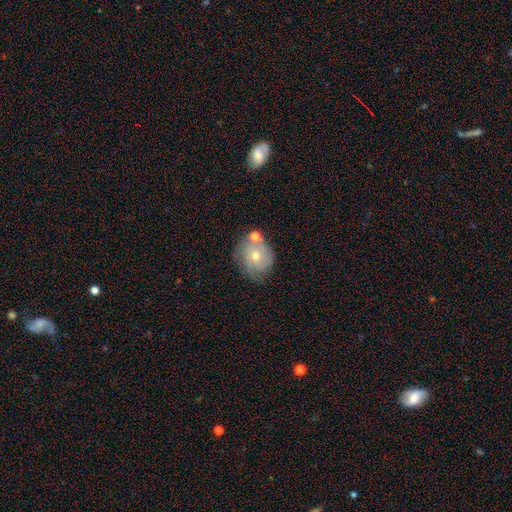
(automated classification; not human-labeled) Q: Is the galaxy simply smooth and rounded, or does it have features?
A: featured or disk — 55%.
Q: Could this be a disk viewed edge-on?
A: no — 96%.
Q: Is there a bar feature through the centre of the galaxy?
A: no — 79%.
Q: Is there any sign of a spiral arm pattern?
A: yes — 76%.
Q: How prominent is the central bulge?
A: moderate — 50%.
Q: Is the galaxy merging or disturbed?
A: none — 62%.